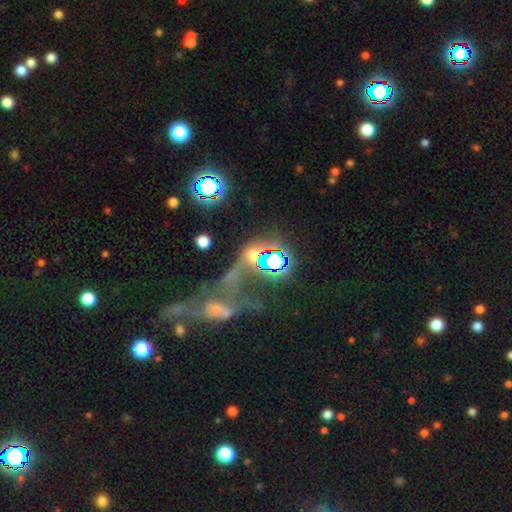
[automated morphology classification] Smooth or featured? star or artifact (65%)